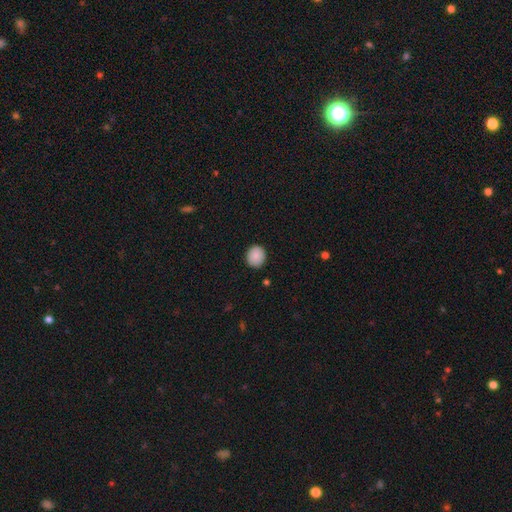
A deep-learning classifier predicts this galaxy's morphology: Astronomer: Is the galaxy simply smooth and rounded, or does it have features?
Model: smooth — 89%.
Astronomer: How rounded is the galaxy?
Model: round — 79%.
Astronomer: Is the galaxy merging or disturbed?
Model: none — 89%.